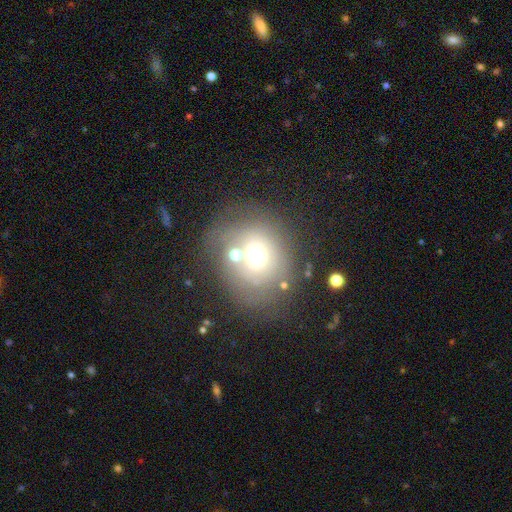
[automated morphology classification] This is possibly a smooth galaxy (54%). How rounded: clearly round (82%). Merging: likely none (61%).